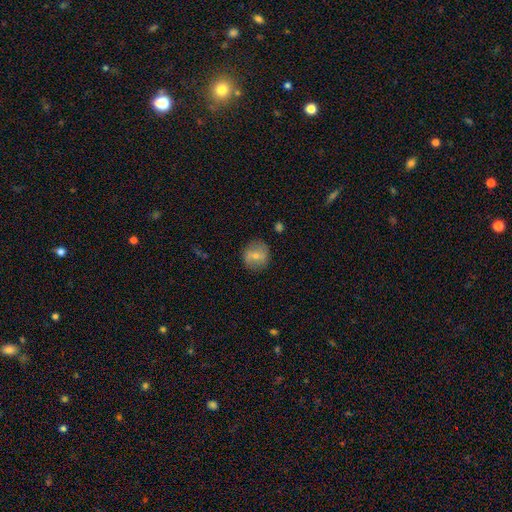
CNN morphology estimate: Smooth or featured? smooth (56%)
How rounded? round (86%)
Merging? none (83%)